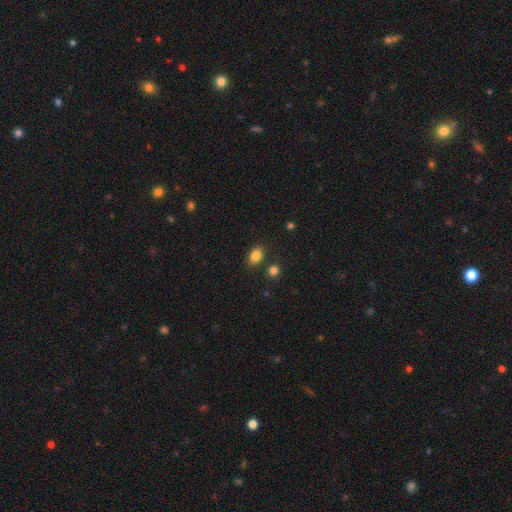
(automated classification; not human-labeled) This appears to be a smooth galaxy with no disk features (84%) that is in between round and cigar-shaped (70%). Merging: none (80%).